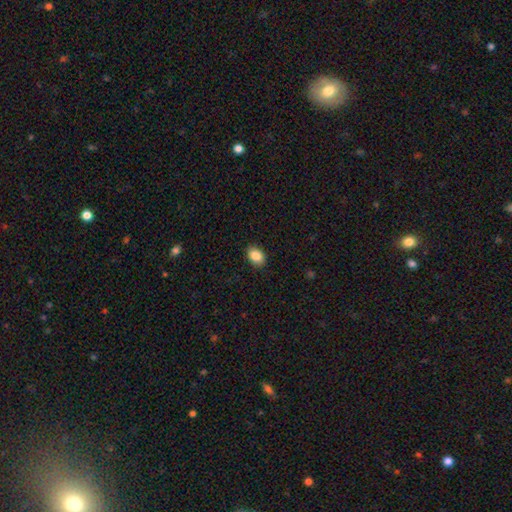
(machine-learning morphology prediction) A smooth galaxy with no disk features (88%) that is in between round and cigar-shaped (78%).

Vote fractions:
- Smooth or featured? smooth: 88% / star or artifact: 8% / featured or disk: 4%
- How rounded? in between: 78% / round: 21% / cigar-shaped: 1%
- Merging? none: 89% / minor disturbance: 8% / major disturbance: 2% / merger: 1%